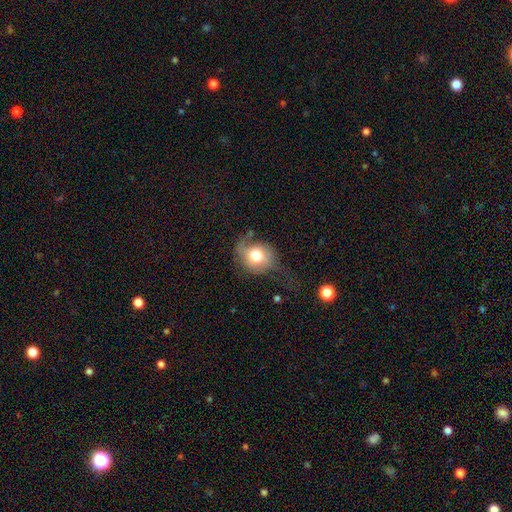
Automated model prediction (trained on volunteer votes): This appears to be a smooth galaxy with no disk features (67%) that is round (64%). Merging: none (39%).